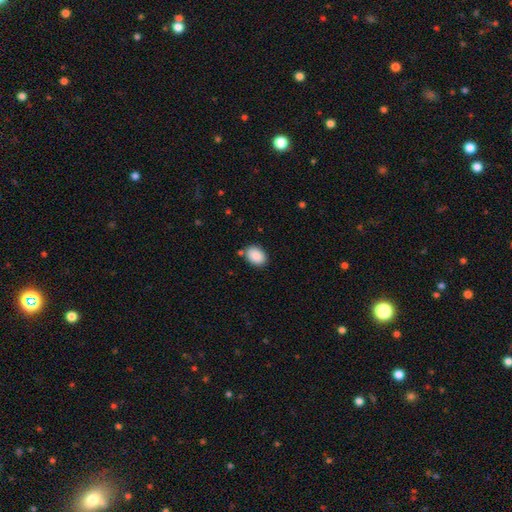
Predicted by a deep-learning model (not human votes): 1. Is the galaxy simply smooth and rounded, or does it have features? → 89% smooth, 7% star or artifact, 4% featured or disk.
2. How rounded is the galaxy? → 75% in between, 24% round, 1% cigar-shaped.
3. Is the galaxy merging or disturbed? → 81% none, 12% minor disturbance, 4% merger, 3% major disturbance.